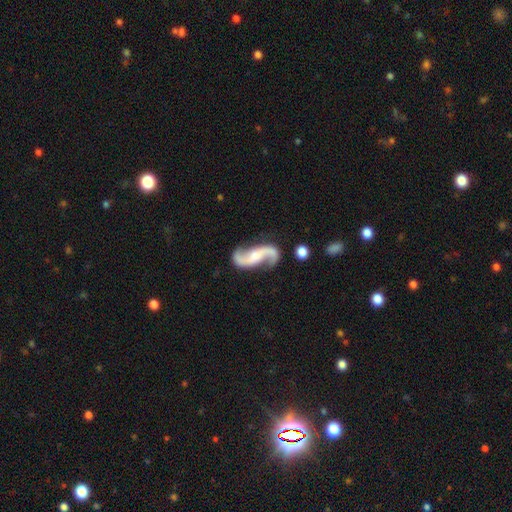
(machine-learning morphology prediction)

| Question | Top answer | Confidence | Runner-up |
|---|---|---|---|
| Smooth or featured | featured or disk | 91% | smooth (5%) |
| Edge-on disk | no | 97% | yes (3%) |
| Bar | no | 46% | weak (35%) |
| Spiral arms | yes | 98% | no (2%) |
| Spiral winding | loose | 71% | medium (24%) |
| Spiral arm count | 2 | 94% | 1 (1%) |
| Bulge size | moderate | 43% | small (40%) |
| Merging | none | 80% | minor disturbance (12%) |